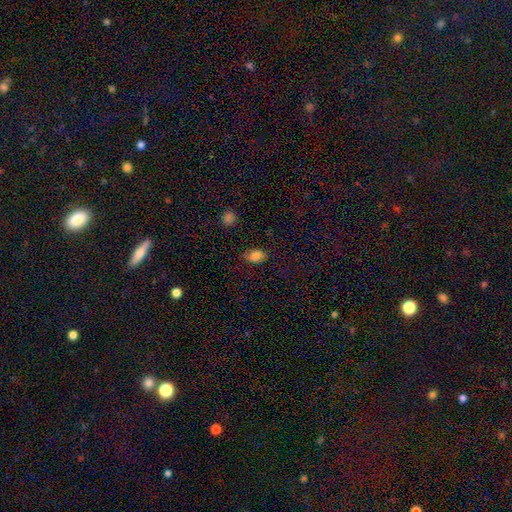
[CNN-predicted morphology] type=smooth (84%); roundness=in between (80%); merging=none (74%).